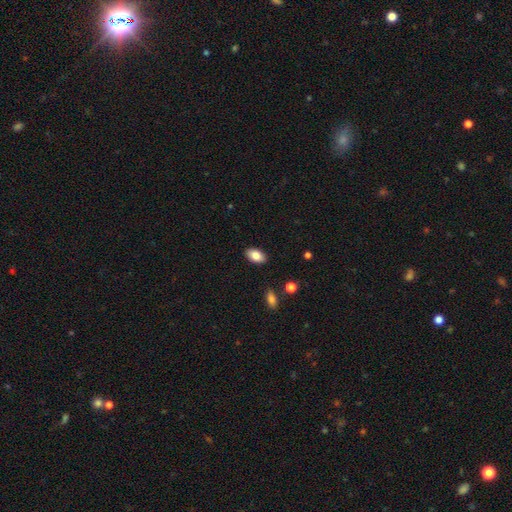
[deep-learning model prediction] Smooth or featured? Predicted: smooth (p=0.84). How rounded? Predicted: in between (p=0.93). Merging? Predicted: none (p=0.88).